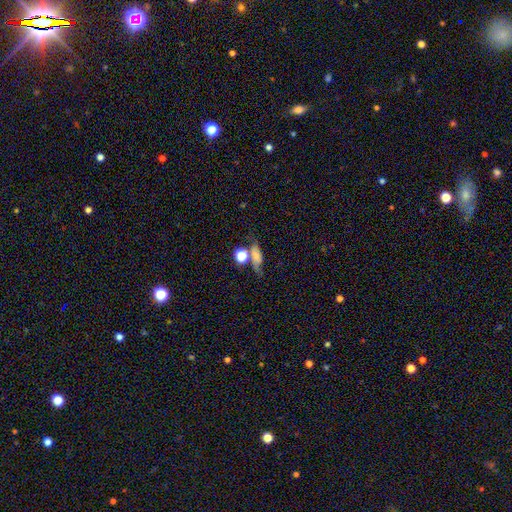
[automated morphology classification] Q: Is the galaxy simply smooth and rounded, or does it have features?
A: smooth — 64%.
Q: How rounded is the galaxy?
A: in between — 52%.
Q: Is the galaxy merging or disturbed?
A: none — 47%.